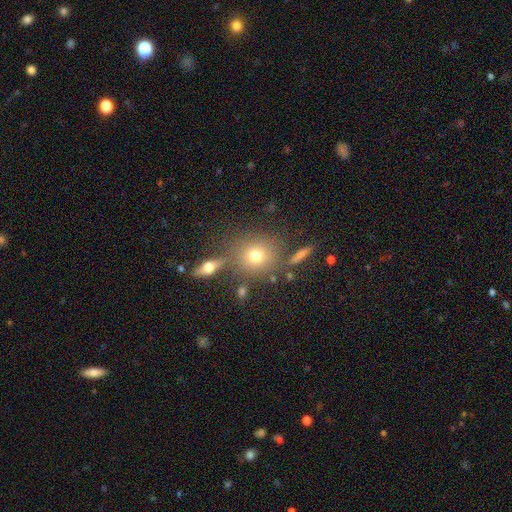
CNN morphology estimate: Smooth or featured?
  - smooth: 70% *
  - star or artifact: 16%
  - featured or disk: 15%
How rounded?
  - round: 85% *
  - in between: 13%
  - cigar-shaped: 2%
Merging?
  - none: 74% *
  - merger: 12%
  - minor disturbance: 10%
  - major disturbance: 4%